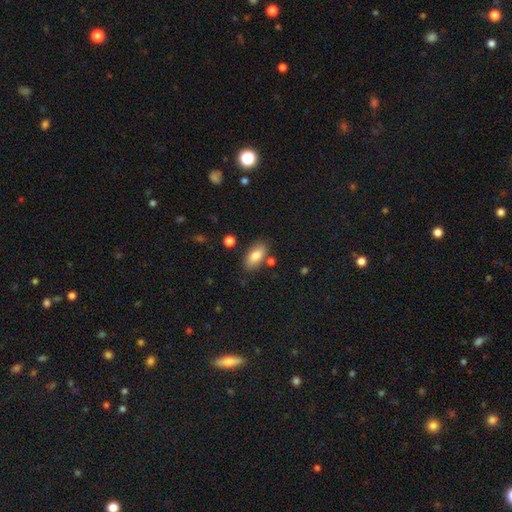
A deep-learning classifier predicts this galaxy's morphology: Smooth or featured: smooth — 82% (featured or disk — 11%)
How rounded: in between — 90% (cigar-shaped — 7%)
Merging: none — 80% (minor disturbance — 12%)